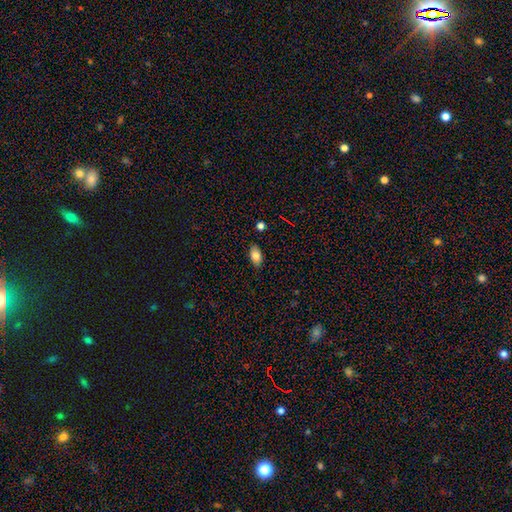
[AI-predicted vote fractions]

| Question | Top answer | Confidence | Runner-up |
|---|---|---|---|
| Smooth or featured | smooth | 80% | featured or disk (11%) |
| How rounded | in between | 91% | round (5%) |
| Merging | none | 87% | minor disturbance (10%) |